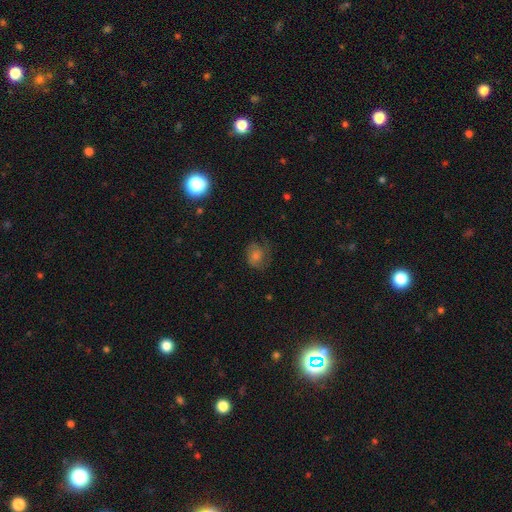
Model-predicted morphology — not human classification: smooth_or_featured: smooth (p=0.45) [alt: featured or disk p=0.34]
merging: none (p=0.65) [alt: minor disturbance p=0.21]